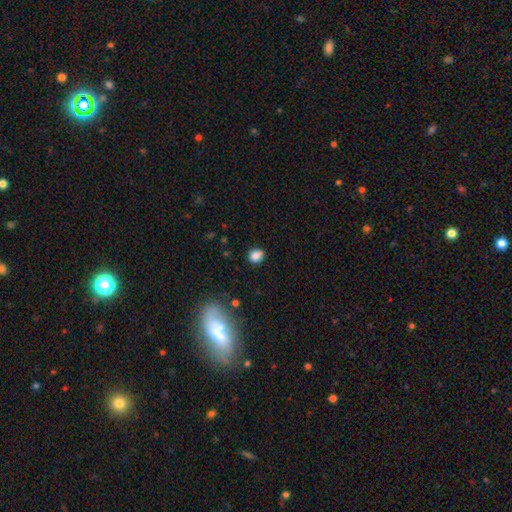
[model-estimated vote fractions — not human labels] smooth 83%, star or artifact 11%, featured or disk 6%. Down the decision tree: how rounded — round (66%); merging — none (74%).